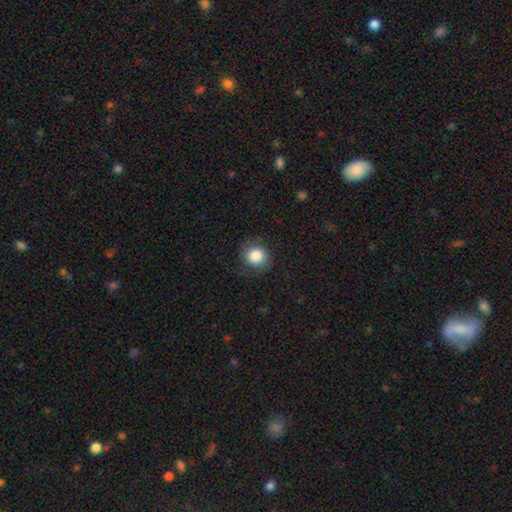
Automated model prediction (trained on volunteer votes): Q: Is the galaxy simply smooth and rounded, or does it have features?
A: smooth — 84%.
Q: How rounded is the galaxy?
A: round — 83%.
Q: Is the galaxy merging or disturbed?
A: none — 81%.